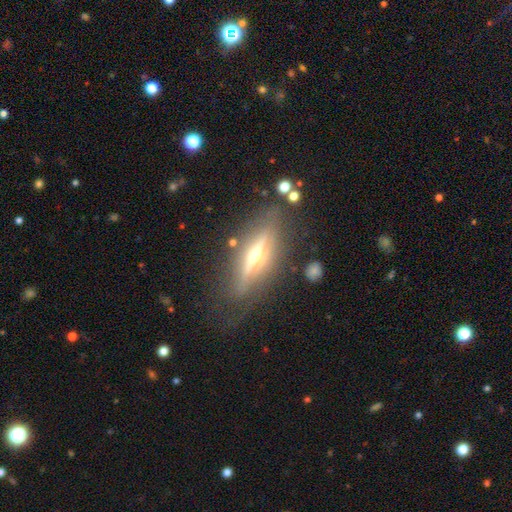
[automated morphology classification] type=featured or disk (78%); edge-on=yes (92%); edge-on bulge=rounded (91%); merging=none (78%).